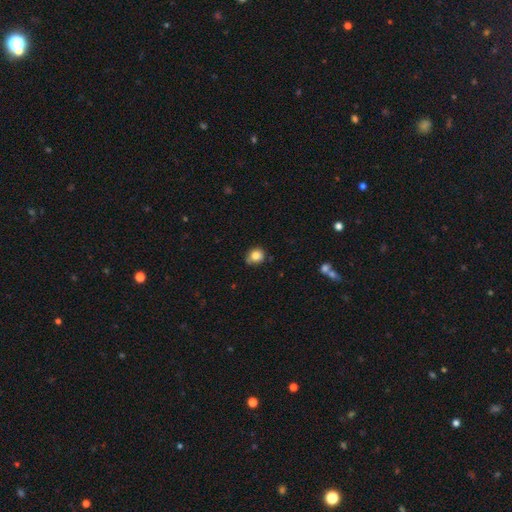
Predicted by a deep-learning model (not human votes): smooth-or-featured: smooth: 82% | star or artifact: 10% | featured or disk: 8%
  how-rounded: round: 74% | in between: 25% | cigar-shaped: 1%
  merging: none: 68% | minor disturbance: 25% | major disturbance: 4% | merger: 3%